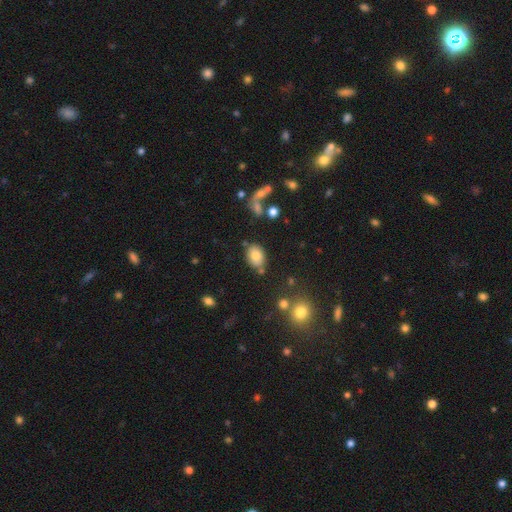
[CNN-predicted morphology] smooth 79%, featured or disk 11%, star or artifact 10%. Down the decision tree: how rounded — in between (75%); merging — none (73%).